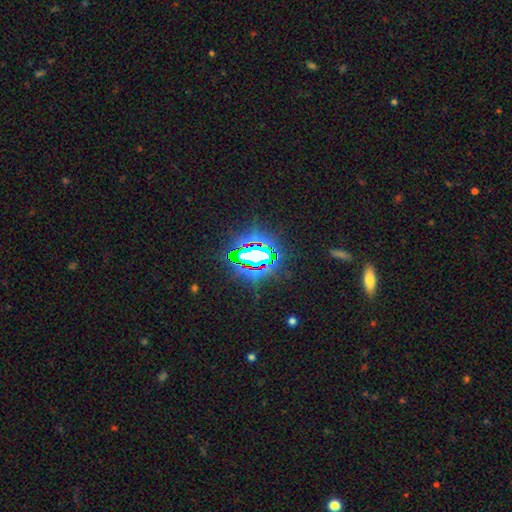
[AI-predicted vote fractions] Smooth or featured? star or artifact (75%)